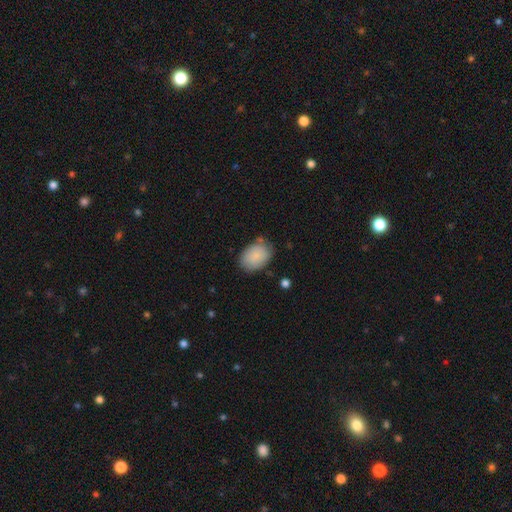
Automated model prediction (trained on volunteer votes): smooth 86%, featured or disk 8%, star or artifact 6%. Down the decision tree: how rounded — in between (77%); merging — none (71%).